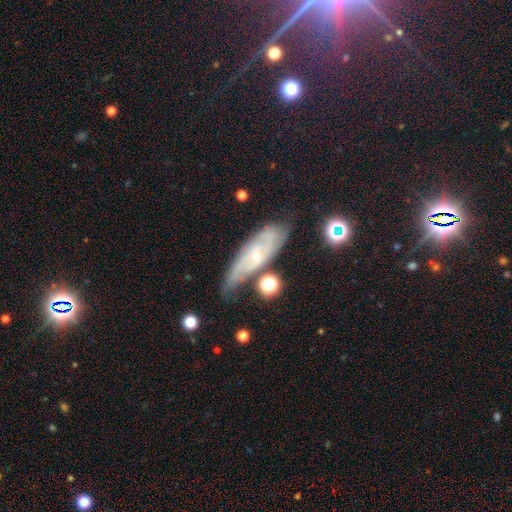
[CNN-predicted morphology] Smooth or featured? Predicted: featured or disk (p=0.73). Edge-on disk? Predicted: no (p=0.81). Bar? Predicted: no (p=0.67). Spiral arms? Predicted: yes (p=0.87). Spiral winding? Predicted: tight (p=0.54). Spiral arm count? Predicted: can't tell (p=0.41). Bulge size? Predicted: small (p=0.73). Merging? Predicted: none (p=0.64).